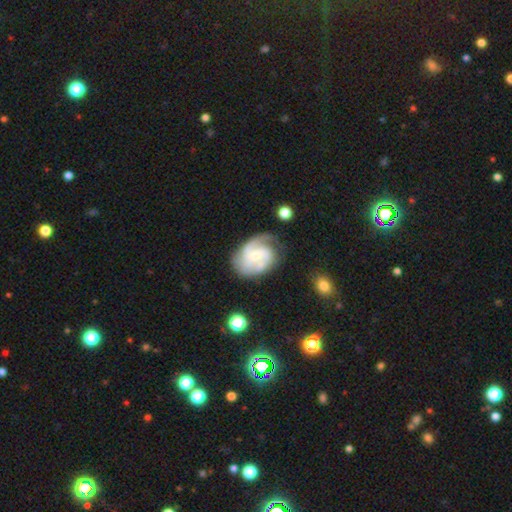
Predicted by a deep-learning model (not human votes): This is clearly a featured or disk galaxy (84%). It is clearly not viewed edge-on (98%). Bar: possibly weak (45%). Spiral arm pattern: clearly yes (96%). Spiral arm count: possibly 2 (54%). Spiral winding: possibly medium (47%). Central bulge: possibly small (56%). Merging: likely none (66%).